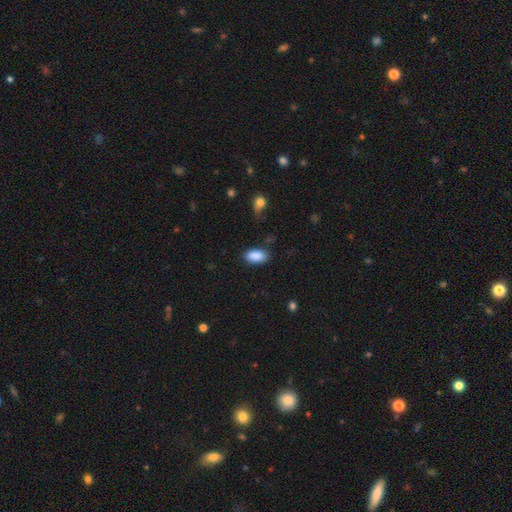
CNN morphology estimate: This appears to be a smooth galaxy with no disk features (89%) that is in between round and cigar-shaped (93%). Merging: none (79%).